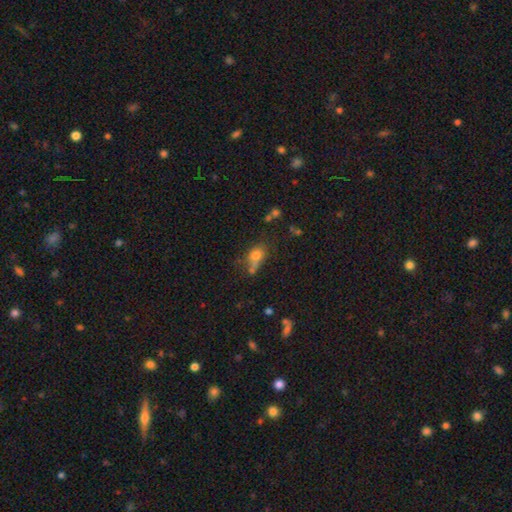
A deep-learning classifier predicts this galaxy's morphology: Smooth or featured? smooth (74%)
How rounded? in between (52%)
Merging? none (42%)